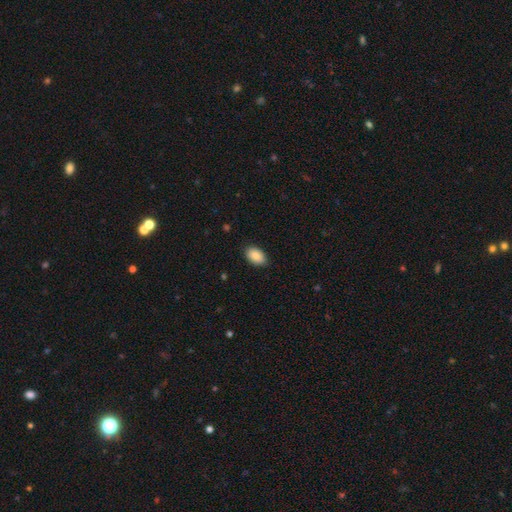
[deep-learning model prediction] The model was most divided on "merging": none: 87%, minor disturbance: 10%, major disturbance: 2%, merger: 1%. More confident: how rounded — in between (91%); smooth or featured — smooth (88%).